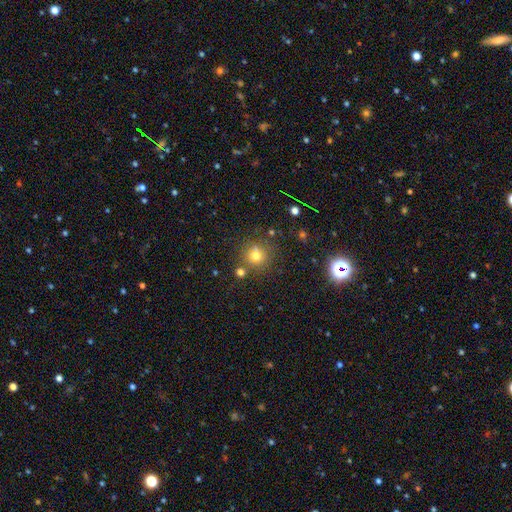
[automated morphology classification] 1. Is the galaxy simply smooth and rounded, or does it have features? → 73% smooth, 18% star or artifact, 9% featured or disk.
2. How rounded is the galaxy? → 91% round, 8% in between, 1% cigar-shaped.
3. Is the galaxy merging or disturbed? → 73% none, 12% merger, 11% minor disturbance, 4% major disturbance.